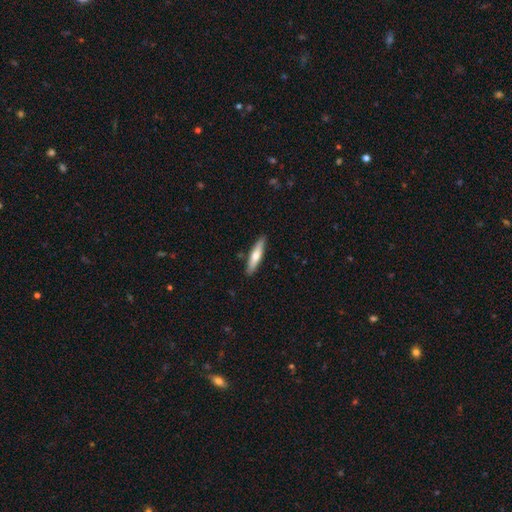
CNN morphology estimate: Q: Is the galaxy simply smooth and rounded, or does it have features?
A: smooth — 58%.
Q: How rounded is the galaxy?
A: cigar-shaped — 83%.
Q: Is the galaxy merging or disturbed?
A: none — 88%.